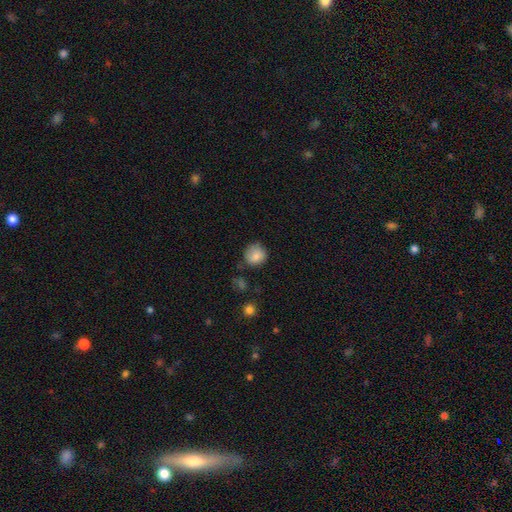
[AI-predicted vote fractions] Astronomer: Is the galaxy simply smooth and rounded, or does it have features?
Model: smooth — 84%.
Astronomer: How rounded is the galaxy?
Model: round — 86%.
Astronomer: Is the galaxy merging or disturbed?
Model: none — 71%.